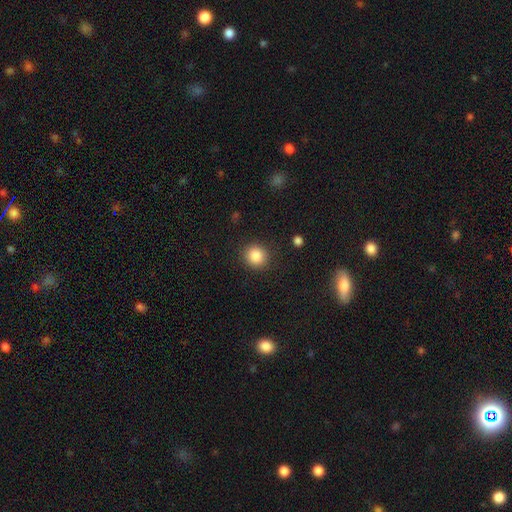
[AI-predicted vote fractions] This appears to be a smooth galaxy with no disk features (86%) that is round (89%). Merging: none (89%).